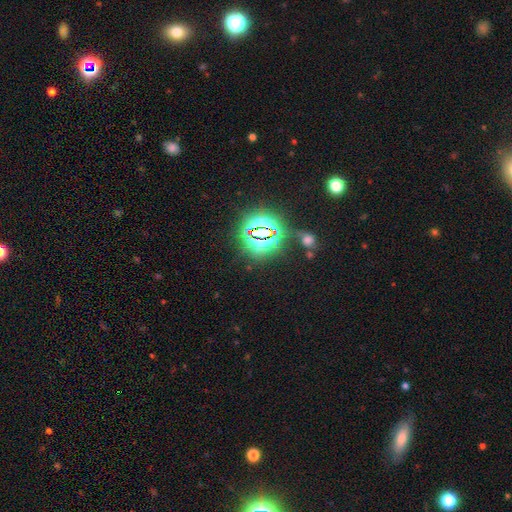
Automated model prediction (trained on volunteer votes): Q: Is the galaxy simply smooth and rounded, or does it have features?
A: star or artifact — 77%.